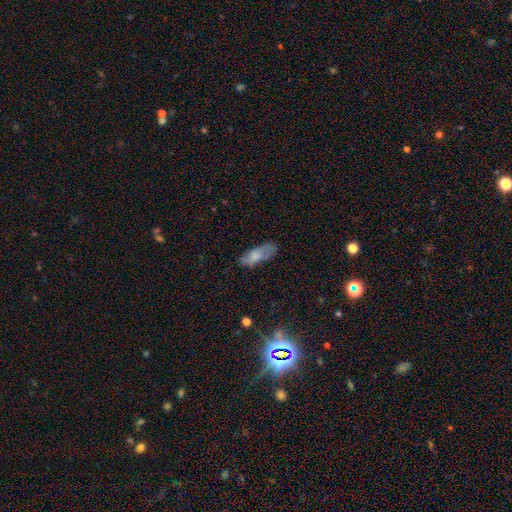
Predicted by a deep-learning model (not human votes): Overall: smooth (71%). How rounded: in between (71%). Merging: none (71%).